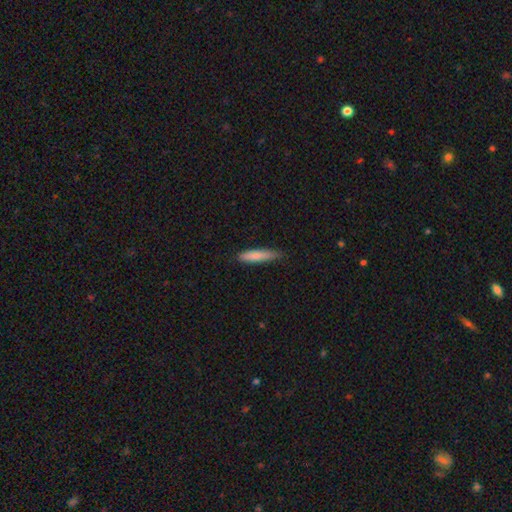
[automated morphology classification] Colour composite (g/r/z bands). It shows a smooth galaxy with no disk features (81%) that is cigar-shaped (82%). Merging: none (72%).